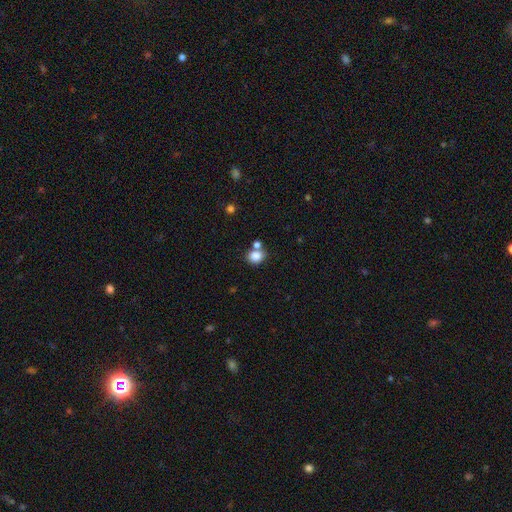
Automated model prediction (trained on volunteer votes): This appears to be a smooth galaxy with no disk features (83%) that is round (67%). Merging: none (61%).